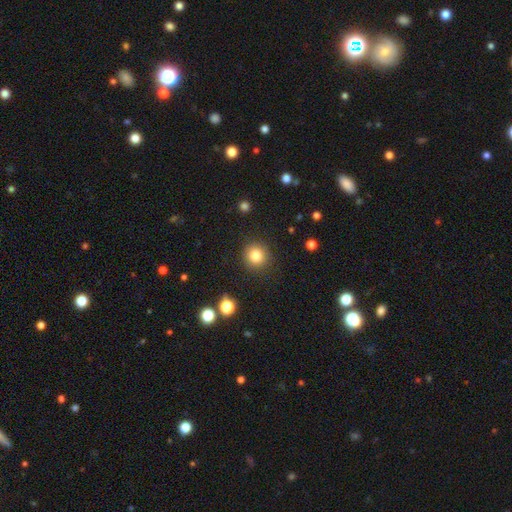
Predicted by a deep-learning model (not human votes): Smooth or featured: smooth — 81% (star or artifact — 12%)
How rounded: round — 93% (in between — 6%)
Merging: none — 90% (minor disturbance — 6%)